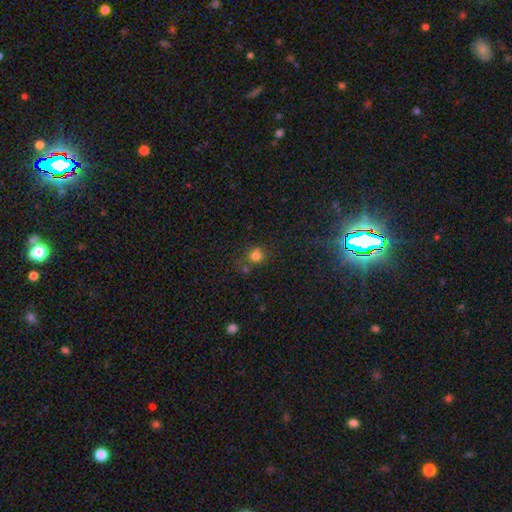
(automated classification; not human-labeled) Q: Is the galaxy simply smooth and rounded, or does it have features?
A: smooth — 79%.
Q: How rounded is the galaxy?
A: round — 83%.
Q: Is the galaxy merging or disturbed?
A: none — 68%.